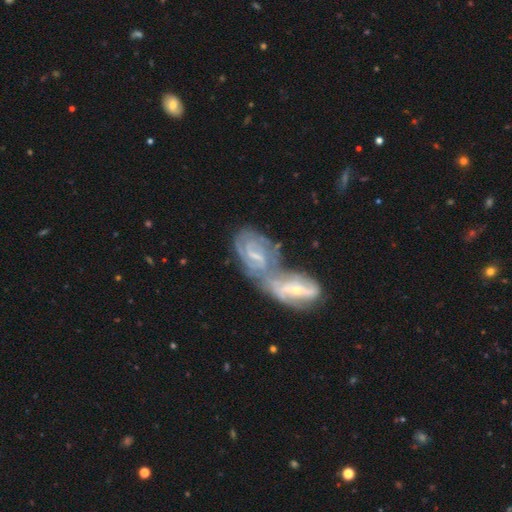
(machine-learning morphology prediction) The model was most divided on "spiral winding": tight: 49%, medium: 39%, loose: 12%. Remaining: edge-on disk — no (95%); spiral arms — yes (92%); smooth or featured — featured or disk (81%); merging — merger (75%); bulge size — small (66%); spiral arm count — 2 (50%); bar — weak (45%).